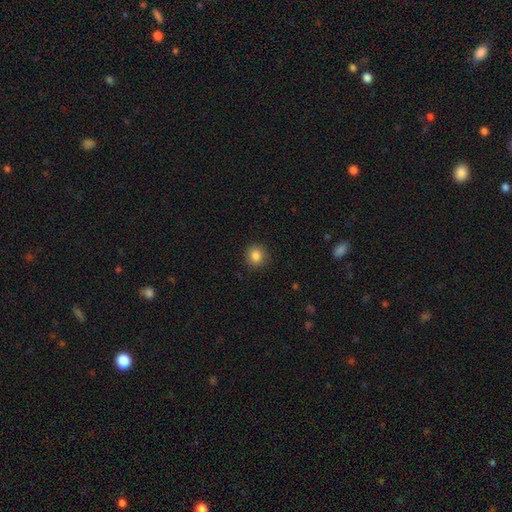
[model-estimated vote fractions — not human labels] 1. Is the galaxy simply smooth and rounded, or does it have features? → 85% smooth, 10% star or artifact, 5% featured or disk.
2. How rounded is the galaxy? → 89% round, 10% in between, 1% cigar-shaped.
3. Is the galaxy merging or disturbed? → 89% none, 7% minor disturbance, 2% major disturbance, 1% merger.